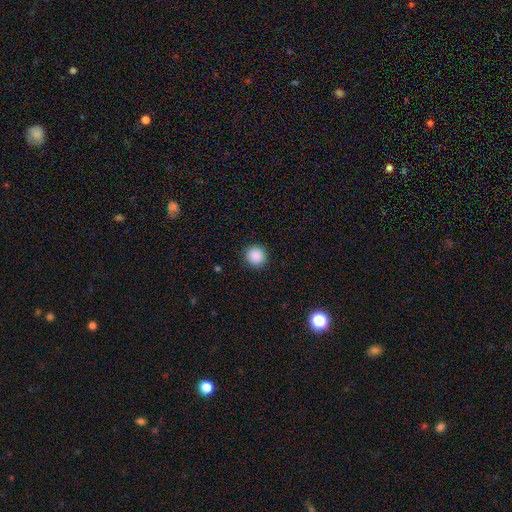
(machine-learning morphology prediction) Smooth or featured?
  - smooth: 89% *
  - star or artifact: 9%
  - featured or disk: 3%
How rounded?
  - round: 94% *
  - in between: 5%
  - cigar-shaped: 1%
Merging?
  - none: 92% *
  - minor disturbance: 6%
  - major disturbance: 2%
  - merger: 1%